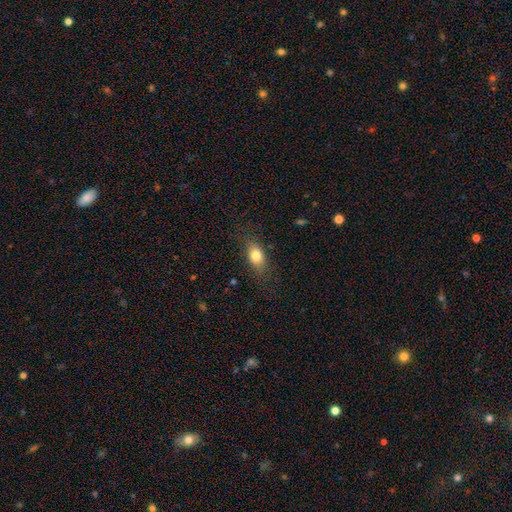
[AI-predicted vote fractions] This appears to be a smooth galaxy with no disk features (80%) that is in between round and cigar-shaped (78%). Merging: none (78%).